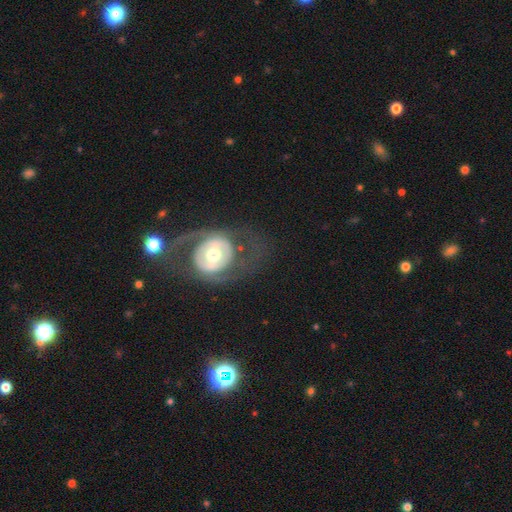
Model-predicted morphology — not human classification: This appears to be a featured or disk galaxy (67%) with no bar (58%), spiral arms (65%) and a moderate central bulge (53%). Merging: none (60%).